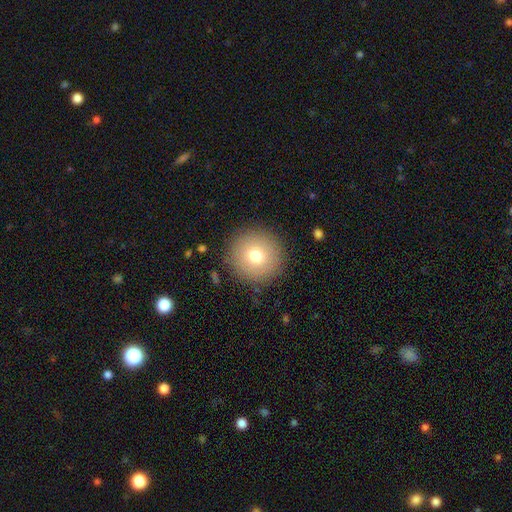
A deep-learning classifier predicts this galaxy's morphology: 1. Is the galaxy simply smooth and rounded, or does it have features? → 73% smooth, 15% featured or disk, 12% star or artifact.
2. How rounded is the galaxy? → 96% round, 3% in between, 1% cigar-shaped.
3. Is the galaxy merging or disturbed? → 89% none, 7% minor disturbance, 3% major disturbance, 1% merger.